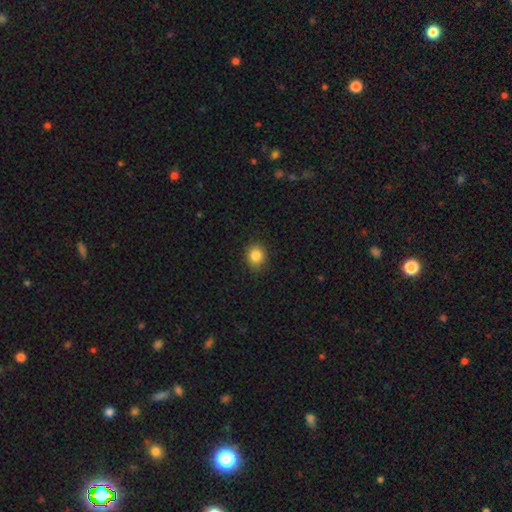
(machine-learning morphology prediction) Smooth or featured: smooth — 85% (star or artifact — 11%)
How rounded: round — 75% (in between — 24%)
Merging: none — 89% (minor disturbance — 8%)